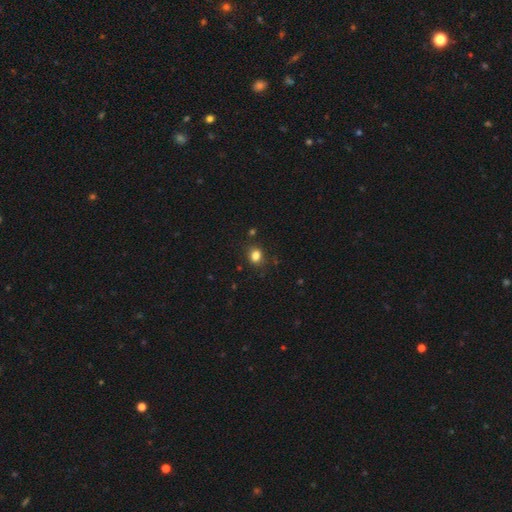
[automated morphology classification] smooth-or-featured: smooth: 82% | star or artifact: 12% | featured or disk: 5%
  how-rounded: in between: 50% | round: 49% | cigar-shaped: 1%
  merging: none: 80% | minor disturbance: 13% | major disturbance: 4% | merger: 3%